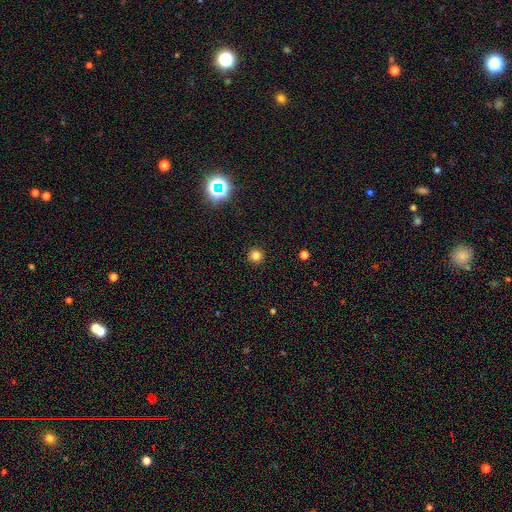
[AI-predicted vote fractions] Smooth or featured? smooth (79%)
How rounded? round (96%)
Merging? none (92%)